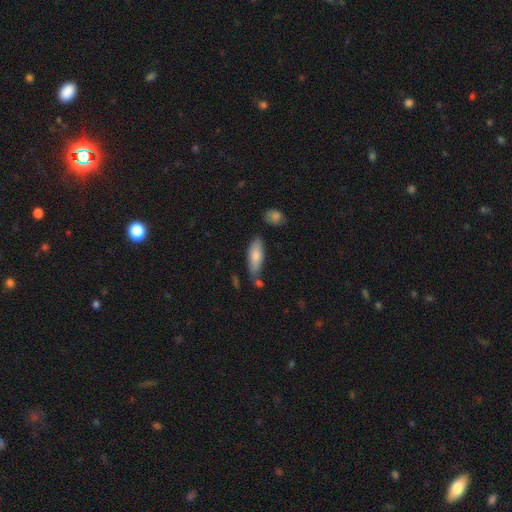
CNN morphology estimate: Smooth or featured? Predicted: smooth (p=0.78). How rounded? Predicted: in between (p=0.57). Merging? Predicted: none (p=0.67).